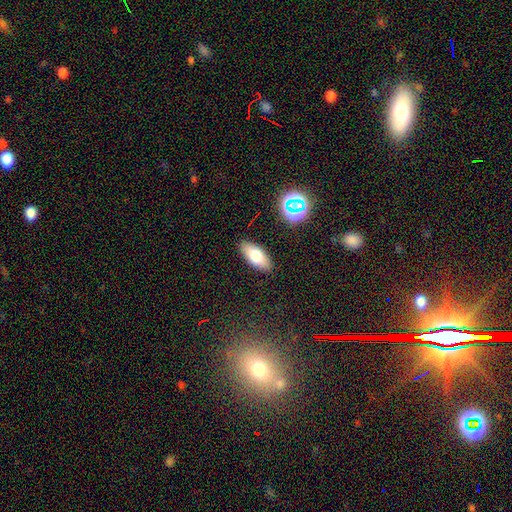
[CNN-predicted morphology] smooth_or_featured: smooth (p=0.74) [alt: featured or disk p=0.17]
how_rounded: in between (p=0.86) [alt: cigar-shaped p=0.11]
merging: none (p=0.88) [alt: minor disturbance p=0.09]